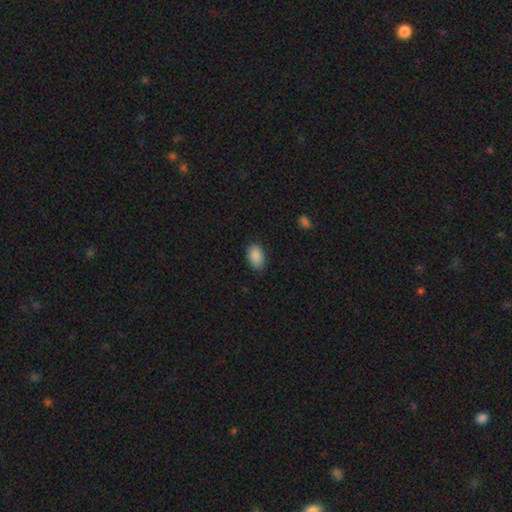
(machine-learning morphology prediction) The model was most divided on "merging": none: 80%, minor disturbance: 16%, major disturbance: 3%, merger: 1%. More confident: how rounded — in between (91%); smooth or featured — smooth (89%).